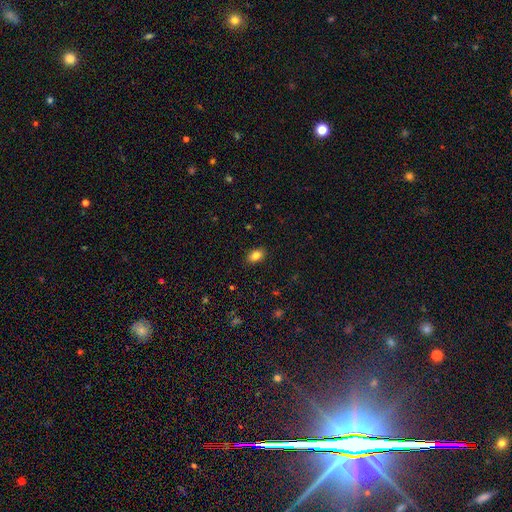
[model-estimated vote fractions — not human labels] Smooth or featured? Predicted: smooth (p=0.84). How rounded? Predicted: in between (p=0.84). Merging? Predicted: none (p=0.89).